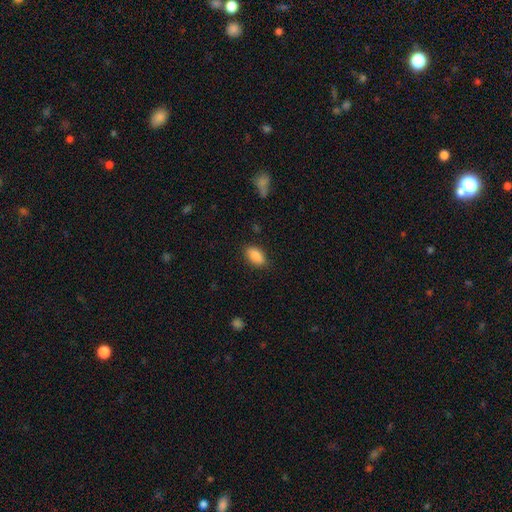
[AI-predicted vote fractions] Morphology: type=smooth (88%); roundness=in between (90%); merging=none (84%).